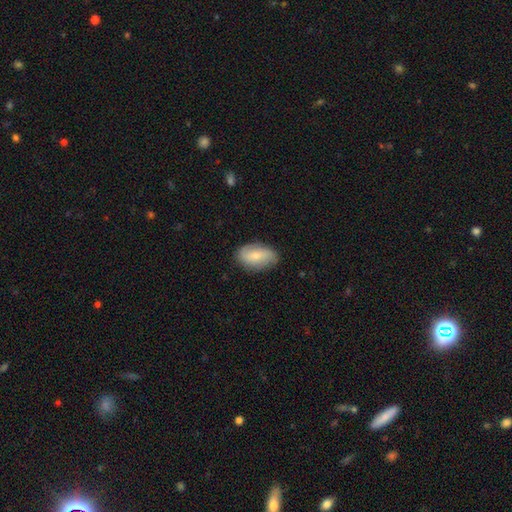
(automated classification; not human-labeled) A smooth galaxy with no disk features (65%) that is in between round and cigar-shaped (90%).

Vote fractions:
- Smooth or featured? smooth: 65% / featured or disk: 29% / star or artifact: 7%
- How rounded? in between: 90% / round: 7% / cigar-shaped: 3%
- Merging? none: 80% / minor disturbance: 16% / major disturbance: 3% / merger: 1%